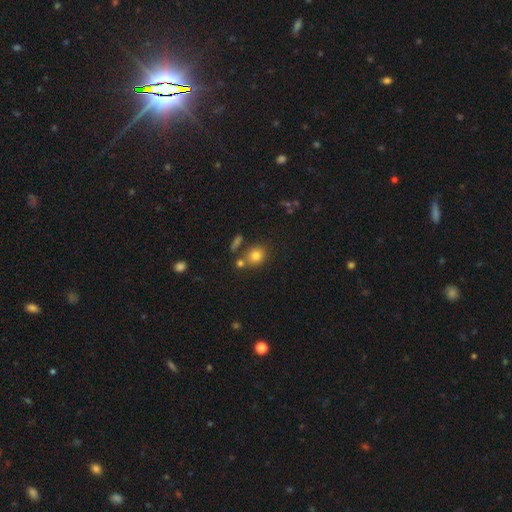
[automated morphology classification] Overall: smooth (79%). How rounded: round (67%; in between 32%). Merging: none (66%).